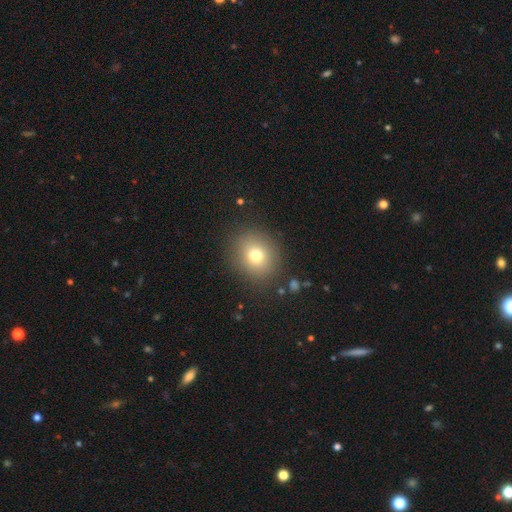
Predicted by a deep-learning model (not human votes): Smooth or featured: smooth — 74% (star or artifact — 14%)
How rounded: round — 77% (in between — 23%)
Merging: none — 86% (minor disturbance — 9%)